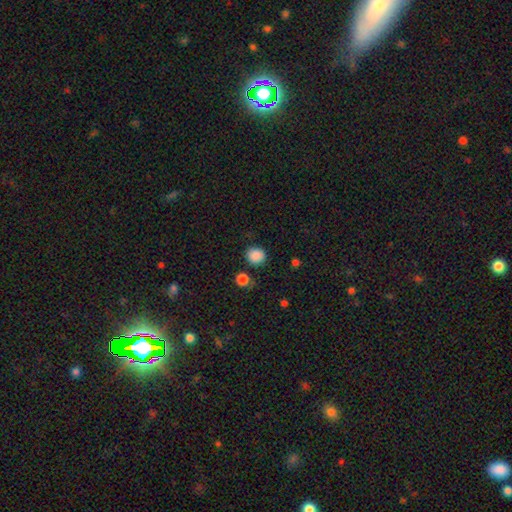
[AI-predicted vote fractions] Q: Smooth or featured?
A: smooth (86%); runner-up: star or artifact (10%)
Q: How rounded?
A: round (82%); runner-up: in between (17%)
Q: Merging?
A: none (82%); runner-up: minor disturbance (11%)